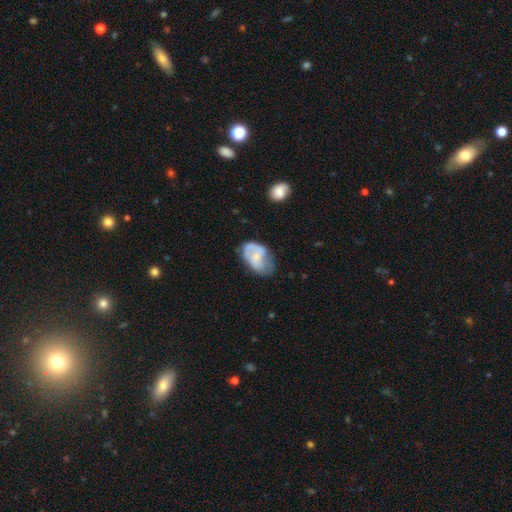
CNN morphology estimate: Overall: featured or disk (55%; smooth 38%). Edge-on disk: no (97%). Bar: no (56%; weak 36%). Spiral arms: yes (69%; no 31%). Bulge size: small (47%; moderate 30%). Merging: none (45%; minor disturbance 32%).